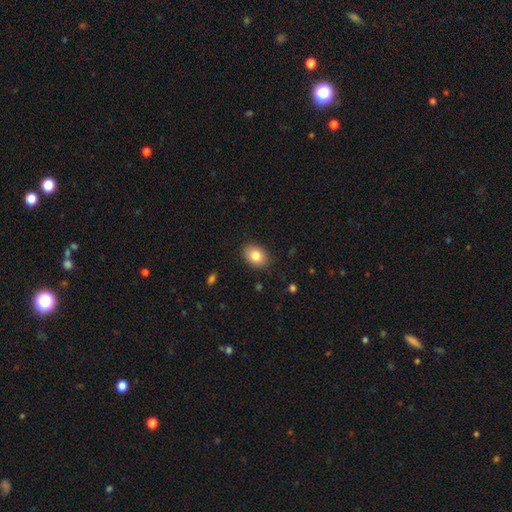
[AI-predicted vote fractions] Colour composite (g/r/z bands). It shows a smooth galaxy with no disk features (83%) that is in between round and cigar-shaped (72%). Merging: none (87%).